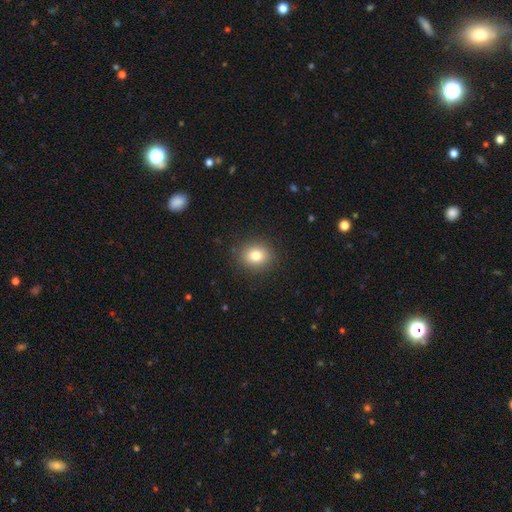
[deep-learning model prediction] The model was most divided on "how rounded": round: 70%, in between: 29%, cigar-shaped: 1%. More confident: merging — none (89%); smooth or featured — smooth (81%).